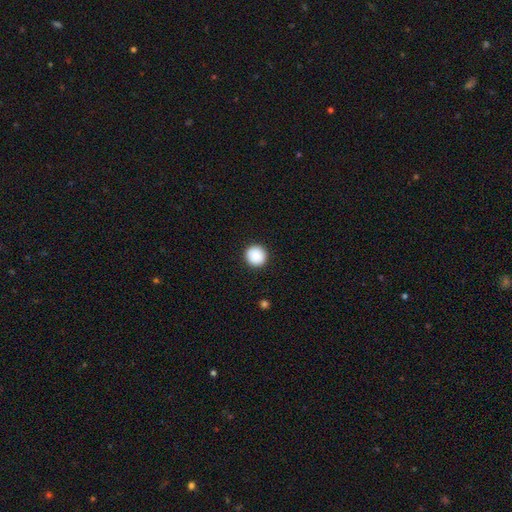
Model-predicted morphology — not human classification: smooth 89%, star or artifact 8%, featured or disk 3%. Down the decision tree: how rounded — round (93%); merging — none (92%).